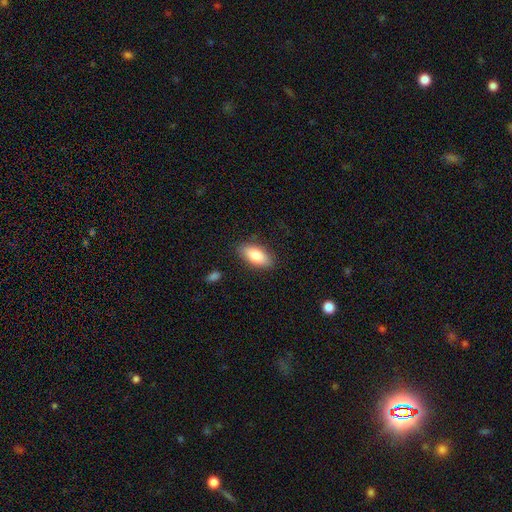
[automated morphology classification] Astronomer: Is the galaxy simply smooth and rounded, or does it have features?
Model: smooth — 81%.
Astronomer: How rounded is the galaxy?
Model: in between — 87%.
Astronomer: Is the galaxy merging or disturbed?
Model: none — 86%.